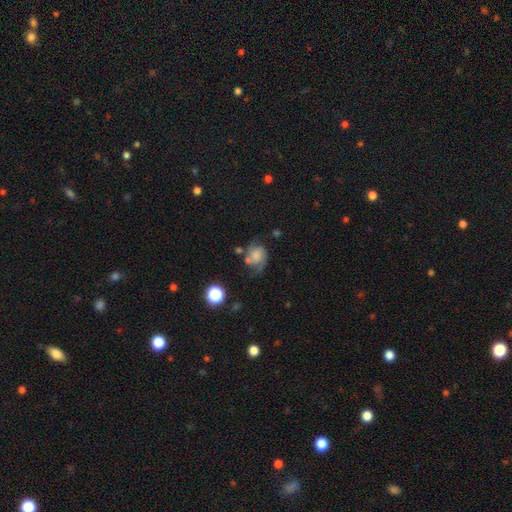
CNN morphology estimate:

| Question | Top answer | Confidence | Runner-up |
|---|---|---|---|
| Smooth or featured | featured or disk | 45% | smooth (43%) |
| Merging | none | 42% | minor disturbance (28%) |